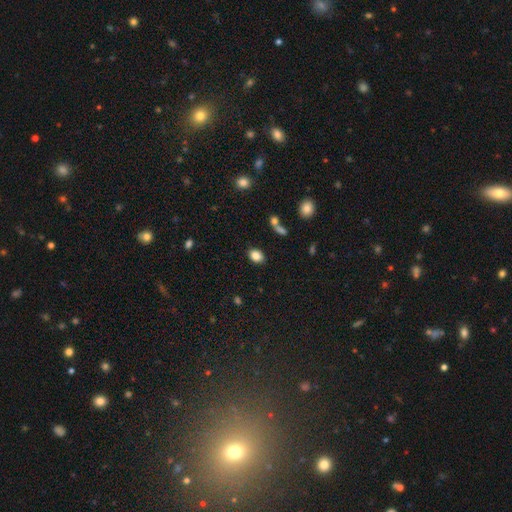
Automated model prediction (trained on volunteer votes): This appears to be a smooth galaxy with no disk features (85%) that is in between round and cigar-shaped (72%). Merging: none (85%).